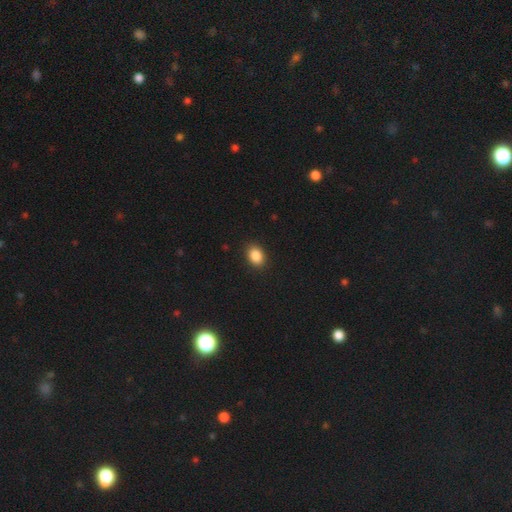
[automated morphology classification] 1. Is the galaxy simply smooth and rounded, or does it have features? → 87% smooth, 9% star or artifact, 4% featured or disk.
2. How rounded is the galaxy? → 73% in between, 26% round, 1% cigar-shaped.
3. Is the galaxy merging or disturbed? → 90% none, 7% minor disturbance, 2% major disturbance, 1% merger.